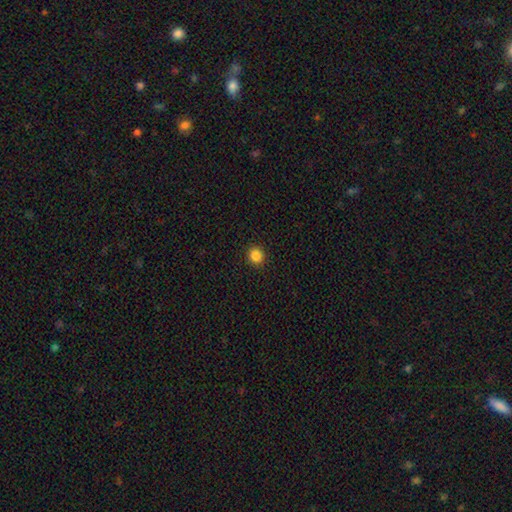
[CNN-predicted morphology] A smooth galaxy with no disk features (86%) that is round (91%). Merging: none (92%).